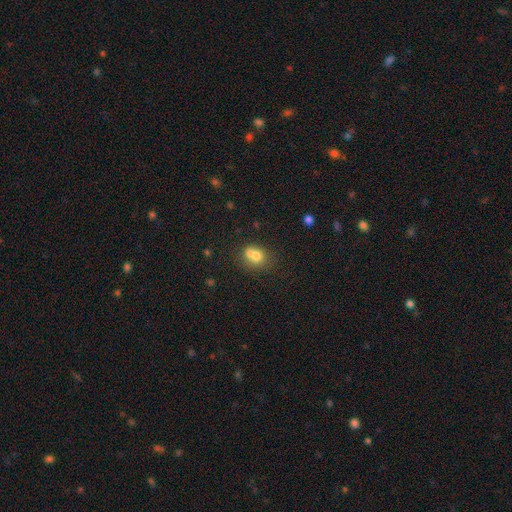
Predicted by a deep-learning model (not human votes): smooth 71%, featured or disk 17%, star or artifact 12%. Down the decision tree: how rounded — round (61%); merging — merger (52%).